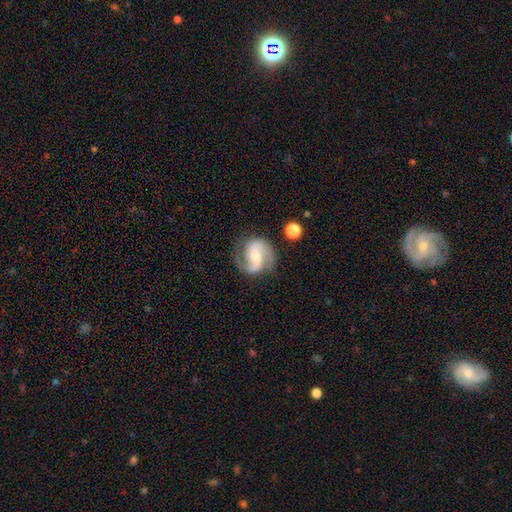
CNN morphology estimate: A featured or disk galaxy (88%) with a weak bar (43%), 2 (91%) medium (57%) spiral arms (98%) and a moderate central bulge (47%). Merging: none (78%).